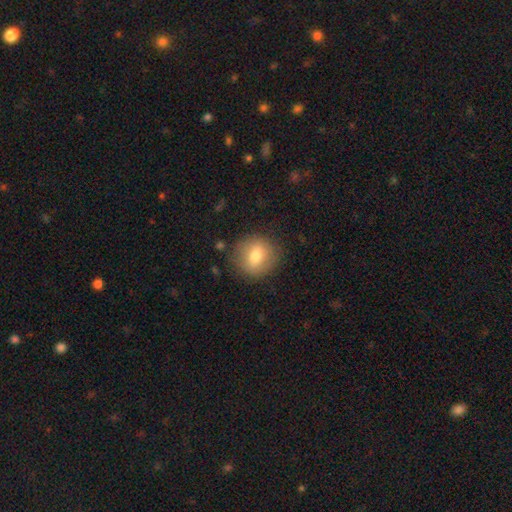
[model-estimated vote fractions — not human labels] Overall: smooth (74%). How rounded: round (84%). Merging: none (85%).